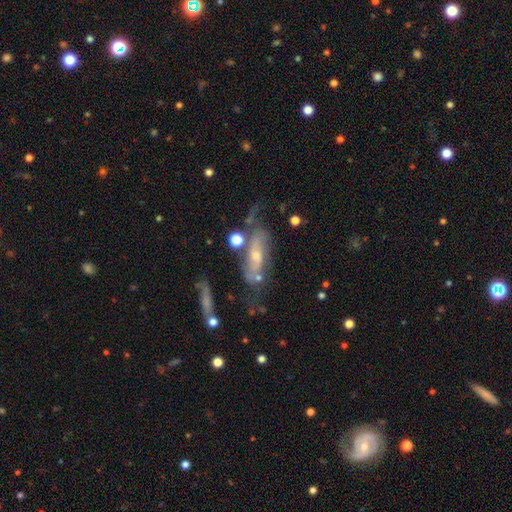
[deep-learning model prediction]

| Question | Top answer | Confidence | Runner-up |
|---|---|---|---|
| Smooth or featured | featured or disk | 73% | smooth (18%) |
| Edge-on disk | no | 81% | yes (19%) |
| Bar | no | 56% | weak (32%) |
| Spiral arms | yes | 81% | no (19%) |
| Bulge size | small | 54% | moderate (39%) |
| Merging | none | 47% | minor disturbance (23%) |